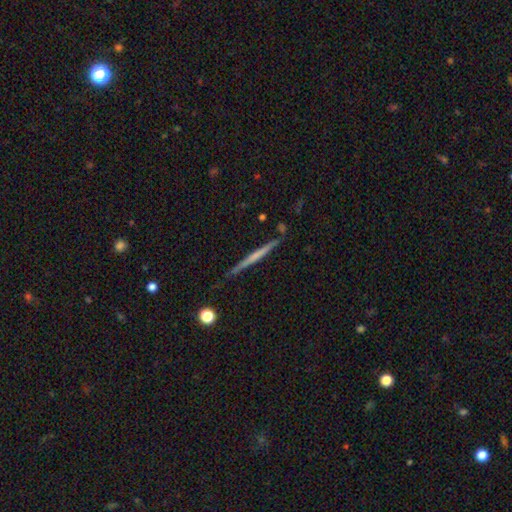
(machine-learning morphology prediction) This appears to be a featured or disk galaxy (54%) viewed edge-on (98%) with no central bulge (81%). Merging: none (87%).